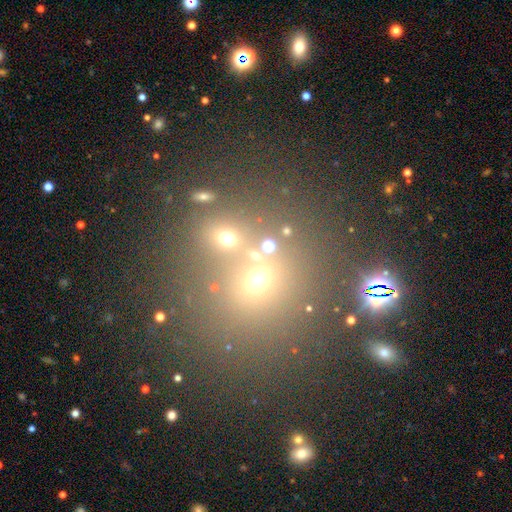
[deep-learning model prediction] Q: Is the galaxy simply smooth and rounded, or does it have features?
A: smooth — 66%.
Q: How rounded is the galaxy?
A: round — 73%.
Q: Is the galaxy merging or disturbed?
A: none — 49%.